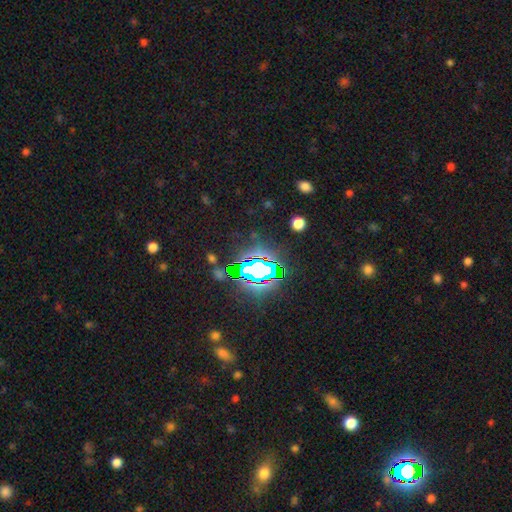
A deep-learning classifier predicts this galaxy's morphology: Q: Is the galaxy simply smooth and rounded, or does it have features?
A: star or artifact — 79%.